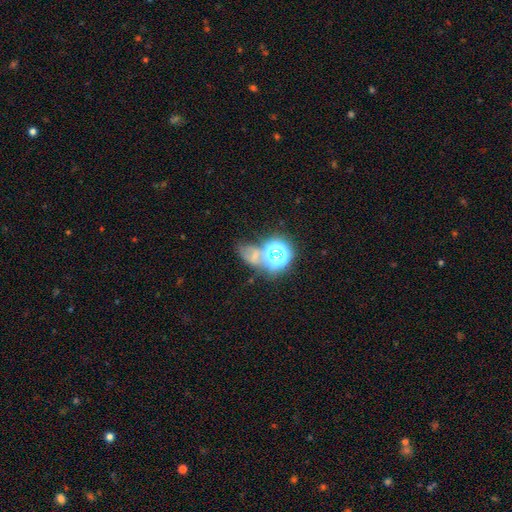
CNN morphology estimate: This appears to be a smooth galaxy with no disk features (42%). Merging: none (40%).